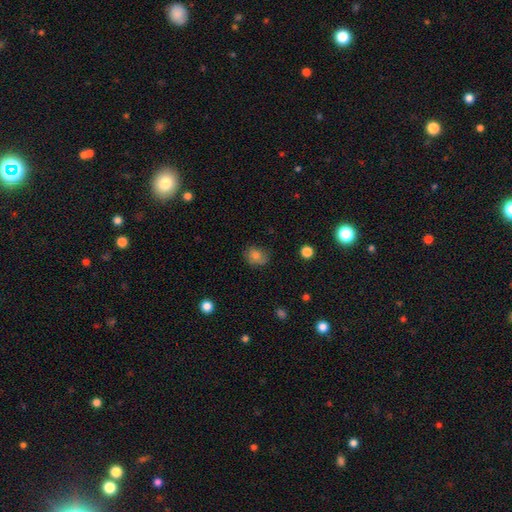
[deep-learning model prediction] Morphology: type=smooth (76%); roundness=round (55%); merging=none (68%).